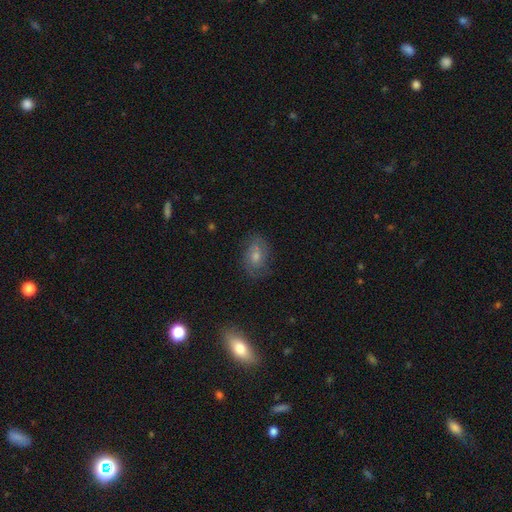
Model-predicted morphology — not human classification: This appears to be a featured or disk galaxy (49%). Merging: none (79%).